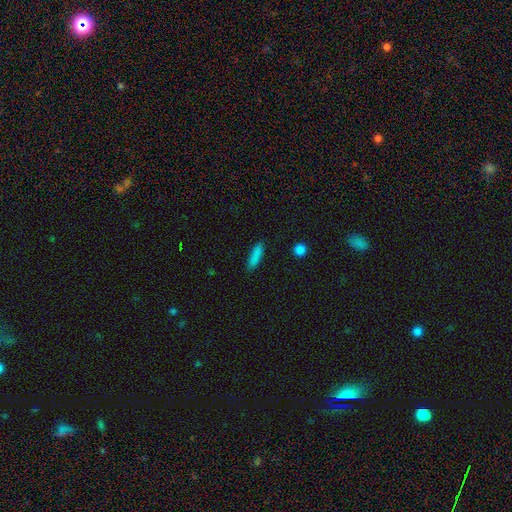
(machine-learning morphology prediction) Q: Smooth or featured?
A: smooth (85%); runner-up: star or artifact (8%)
Q: How rounded?
A: cigar-shaped (71%); runner-up: in between (27%)
Q: Merging?
A: none (85%); runner-up: minor disturbance (11%)